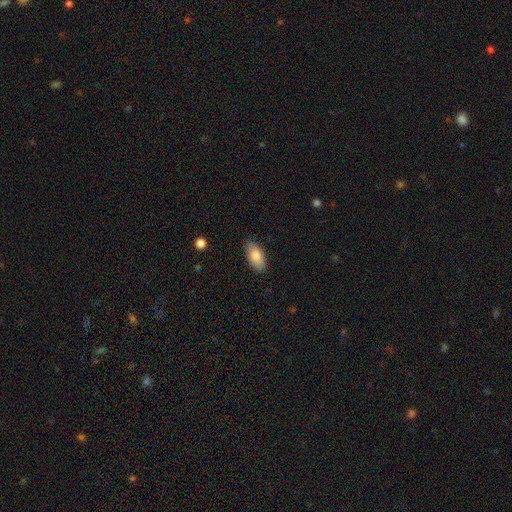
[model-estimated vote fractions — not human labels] smooth-or-featured: smooth: 82% | featured or disk: 11% | star or artifact: 7%
  how-rounded: in between: 92% | cigar-shaped: 6% | round: 3%
  merging: none: 84% | minor disturbance: 13% | major disturbance: 2% | merger: 1%